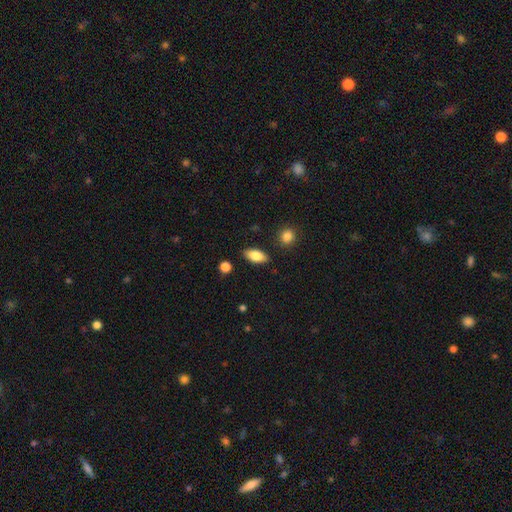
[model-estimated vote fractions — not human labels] smooth_or_featured: smooth (p=0.83) [alt: featured or disk p=0.10]
how_rounded: in between (p=0.89) [alt: cigar-shaped p=0.08]
merging: none (p=0.86) [alt: minor disturbance p=0.09]